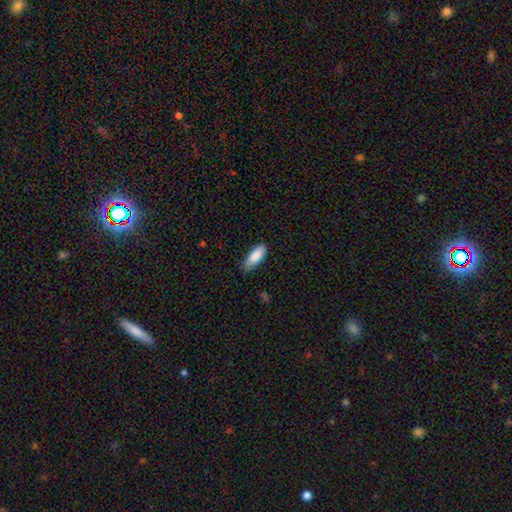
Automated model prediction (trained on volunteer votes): smooth-or-featured: smooth: 88% | featured or disk: 6% | star or artifact: 6%
  how-rounded: in between: 77% | cigar-shaped: 21% | round: 2%
  merging: none: 75% | minor disturbance: 21% | major disturbance: 3% | merger: 1%